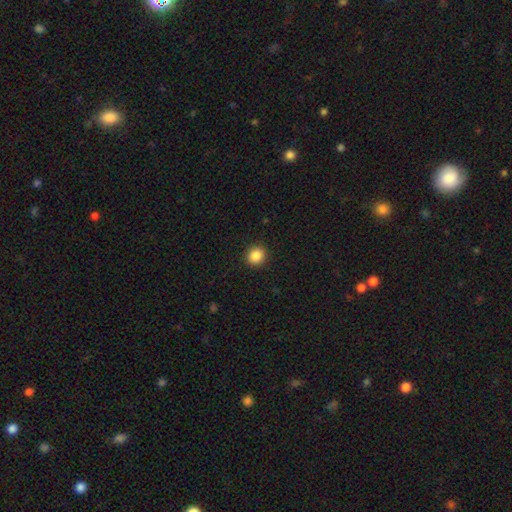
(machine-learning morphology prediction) This appears to be a smooth galaxy with no disk features (87%) that is round (79%). Merging: none (92%).